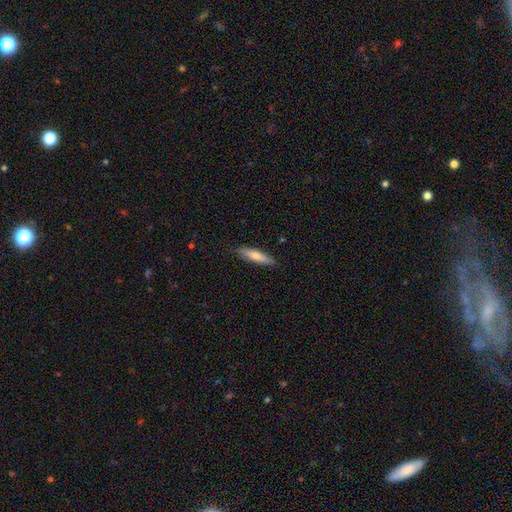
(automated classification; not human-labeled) Smooth or featured?
  - smooth: 70% *
  - featured or disk: 24%
  - star or artifact: 6%
How rounded?
  - cigar-shaped: 83% *
  - in between: 15%
  - round: 1%
Merging?
  - none: 89% *
  - minor disturbance: 9%
  - major disturbance: 2%
  - merger: 1%